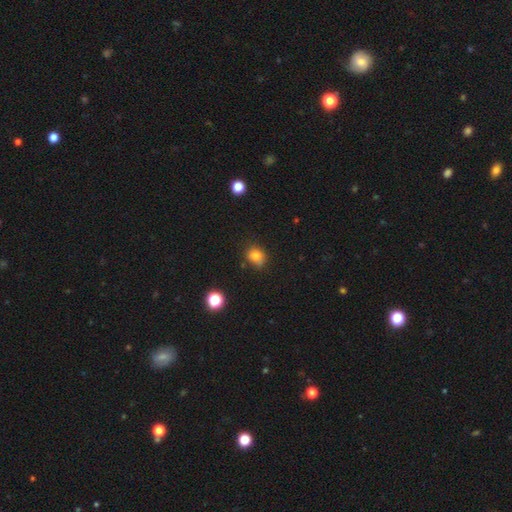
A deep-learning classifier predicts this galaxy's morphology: The model was most divided on "how rounded": round: 71%, in between: 28%, cigar-shaped: 1%. More confident: smooth or featured — smooth (79%); merging — none (66%).